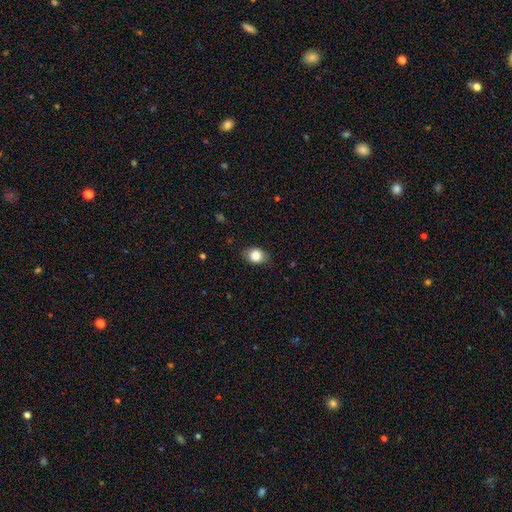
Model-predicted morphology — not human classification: Smooth or featured? smooth (83%)
How rounded? in between (62%)
Merging? none (81%)